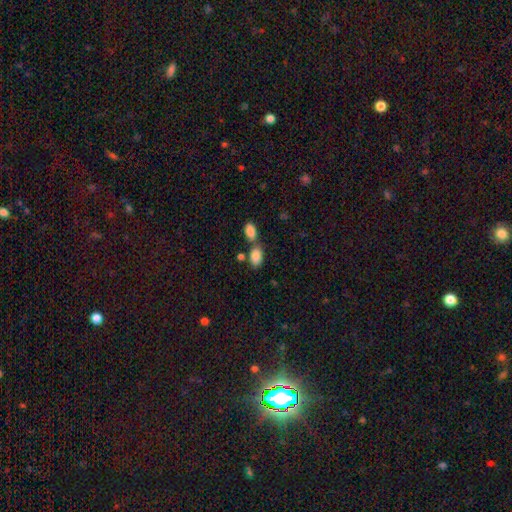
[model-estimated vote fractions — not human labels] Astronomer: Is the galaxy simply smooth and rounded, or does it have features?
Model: smooth — 86%.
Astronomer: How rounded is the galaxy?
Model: in between — 90%.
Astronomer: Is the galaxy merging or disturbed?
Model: none — 49% (runner-up: merger, 36%).